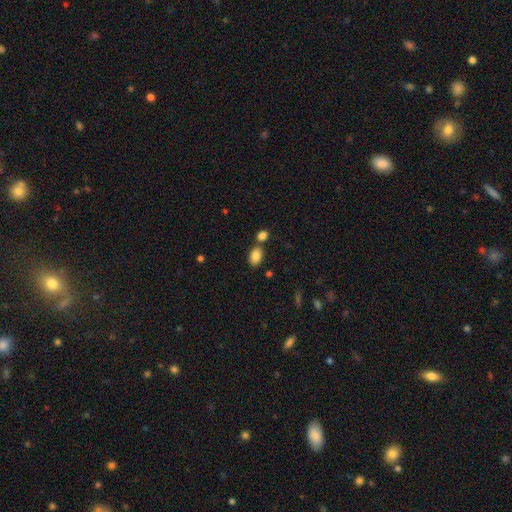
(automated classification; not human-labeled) Smooth or featured? smooth (86%)
How rounded? in between (86%)
Merging? none (63%)